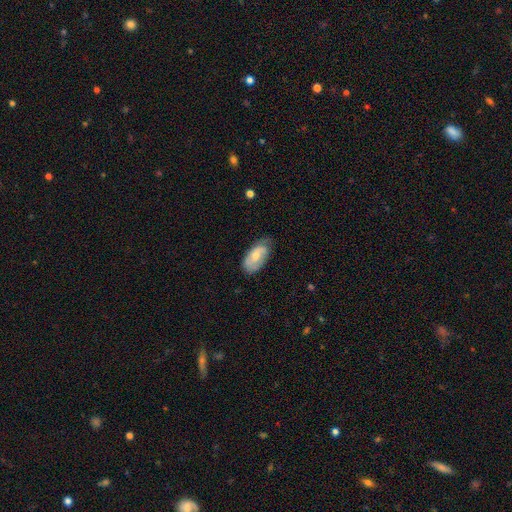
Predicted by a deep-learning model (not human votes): smooth_or_featured: smooth (p=0.60) [alt: featured or disk p=0.34]
how_rounded: in between (p=0.94) [alt: cigar-shaped p=0.03]
merging: none (p=0.60) [alt: minor disturbance p=0.31]